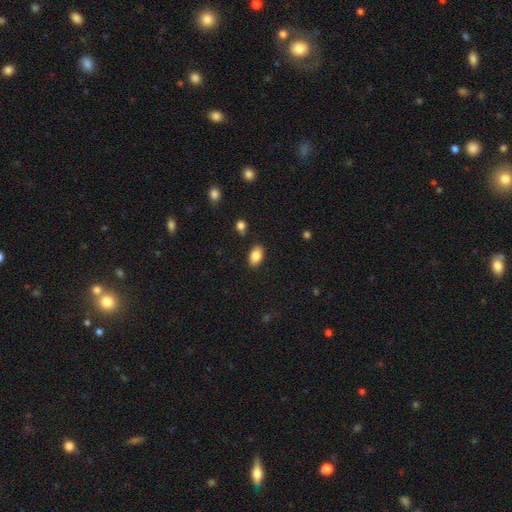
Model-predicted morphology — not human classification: Smooth or featured? smooth (85%)
How rounded? in between (91%)
Merging? none (85%)